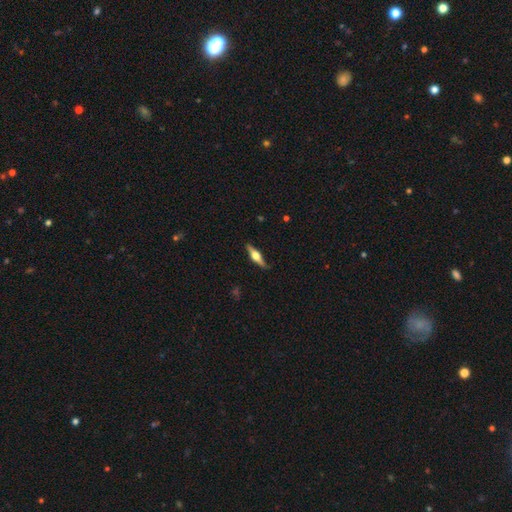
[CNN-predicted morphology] Smooth or featured? featured or disk (72%)
Edge-on disk? yes (97%)
Edge-on bulge? rounded (92%)
Merging? none (85%)